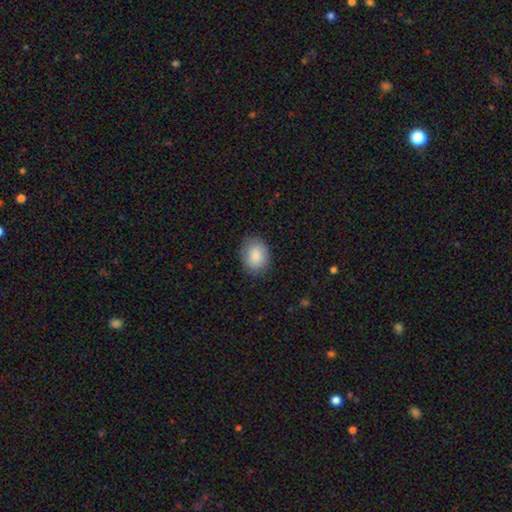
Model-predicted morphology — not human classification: smooth 87%, star or artifact 7%, featured or disk 6%. Down the decision tree: how rounded — in between (58%); merging — none (83%).